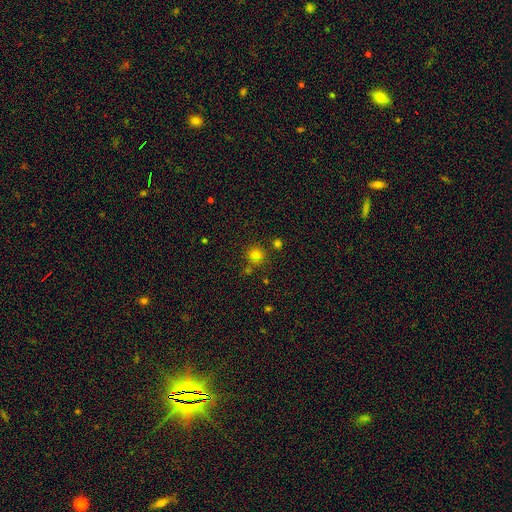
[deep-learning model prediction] Overall: smooth (76%). How rounded: round (92%). Merging: none (77%).